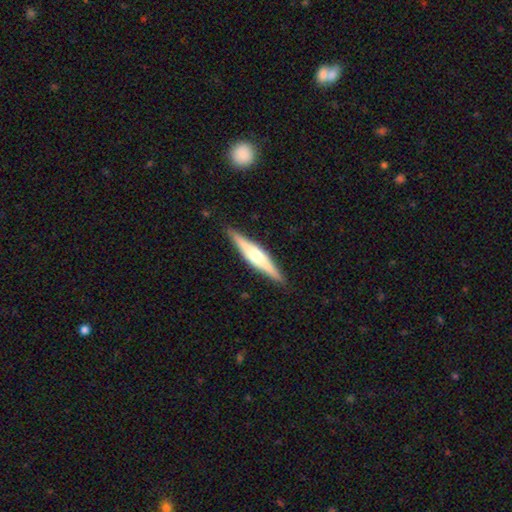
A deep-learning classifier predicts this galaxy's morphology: smooth-or-featured: featured or disk: 69% | smooth: 26% | star or artifact: 5%
  disk-edge-on: yes: 97% | no: 3%
    edge-on-bulge: rounded: 82% | boxy: 13% | none: 5%
  merging: none: 89% | minor disturbance: 8% | major disturbance: 2% | merger: 1%